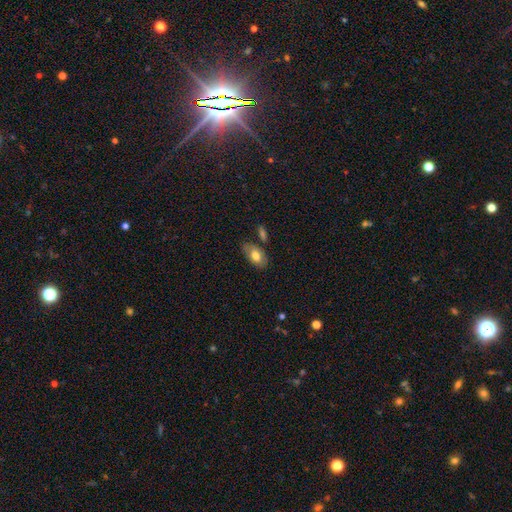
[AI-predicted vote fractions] Smooth or featured?
  - smooth: 73% *
  - featured or disk: 21%
  - star or artifact: 7%
How rounded?
  - in between: 93% *
  - round: 5%
  - cigar-shaped: 3%
Merging?
  - none: 70% *
  - minor disturbance: 18%
  - merger: 8%
  - major disturbance: 4%